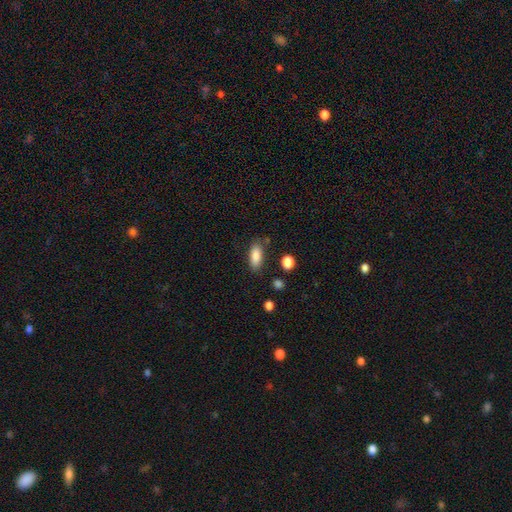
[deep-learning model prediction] Morphology: type=smooth (86%); roundness=in between (81%); merging=none (78%).